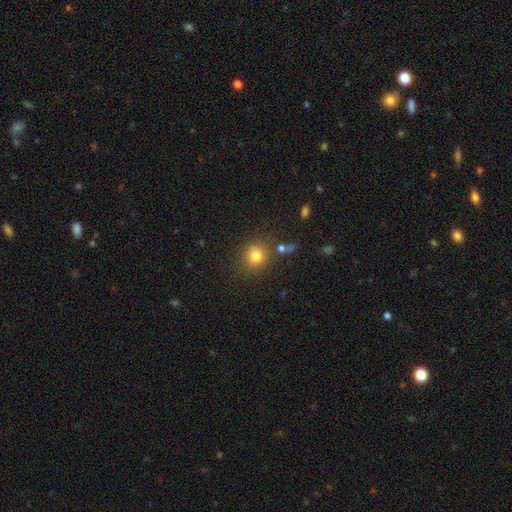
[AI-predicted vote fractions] smooth-or-featured: smooth: 79% | star or artifact: 14% | featured or disk: 8%
  how-rounded: round: 86% | in between: 13% | cigar-shaped: 1%
  merging: none: 79% | minor disturbance: 10% | merger: 7% | major disturbance: 4%